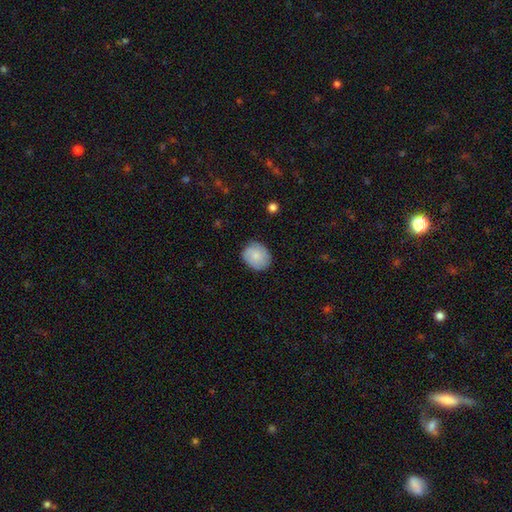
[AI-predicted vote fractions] smooth-or-featured: smooth: 70% | featured or disk: 23% | star or artifact: 7%
  how-rounded: round: 59% | in between: 40% | cigar-shaped: 1%
  merging: none: 79% | minor disturbance: 16% | major disturbance: 3% | merger: 1%